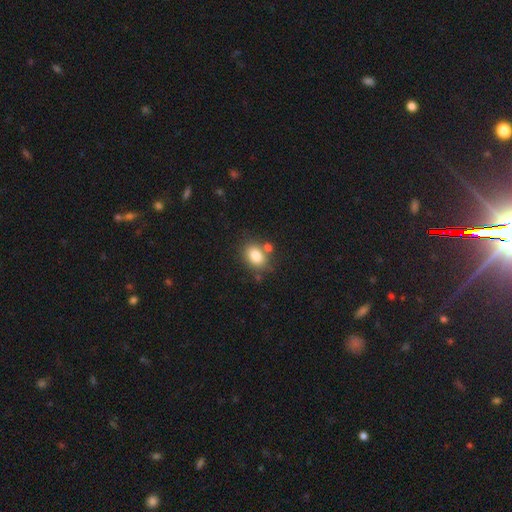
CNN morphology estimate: Smooth or featured: smooth — 82% (star or artifact — 10%)
How rounded: in between — 64% (round — 35%)
Merging: none — 68% (merger — 15%)